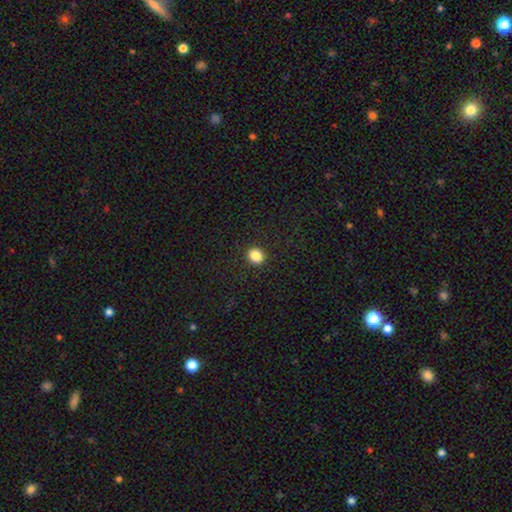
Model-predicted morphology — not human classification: A smooth galaxy with no disk features (86%) that is round (70%).

Vote fractions:
- Smooth or featured? smooth: 86% / star or artifact: 11% / featured or disk: 4%
- How rounded? round: 70% / in between: 29% / cigar-shaped: 1%
- Merging? none: 91% / minor disturbance: 6% / major disturbance: 2% / merger: 1%